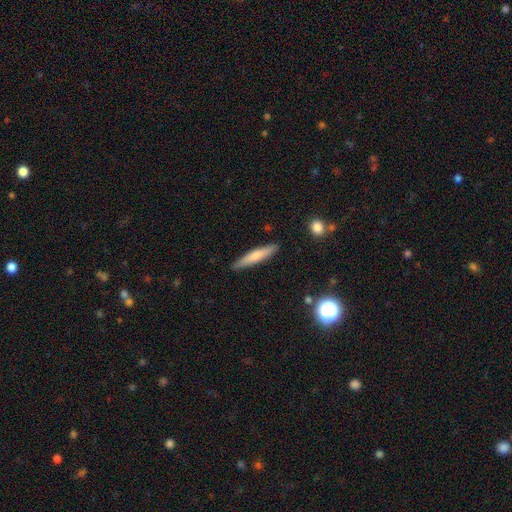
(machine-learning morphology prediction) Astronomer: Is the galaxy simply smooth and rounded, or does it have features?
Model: smooth — 65%.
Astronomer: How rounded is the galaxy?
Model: cigar-shaped — 90%.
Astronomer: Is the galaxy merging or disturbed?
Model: none — 88%.